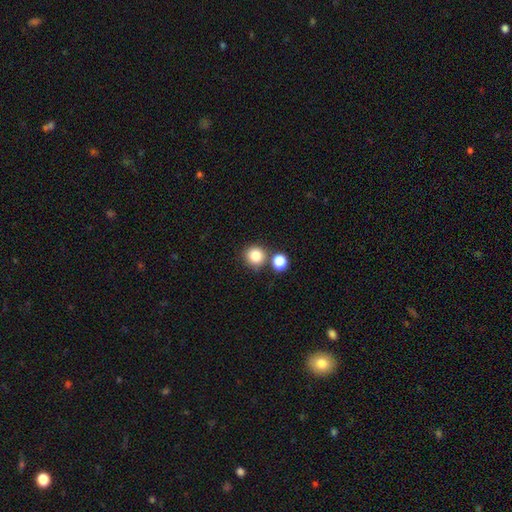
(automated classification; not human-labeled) smooth_or_featured: smooth (p=0.82) [alt: star or artifact p=0.11]
how_rounded: round (p=0.91) [alt: in between p=0.08]
merging: none (p=0.73) [alt: merger p=0.16]